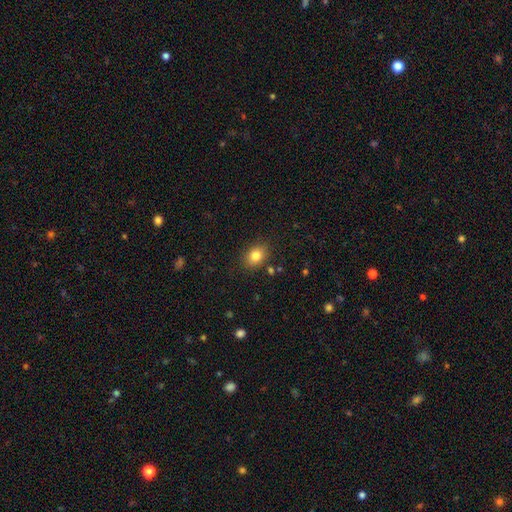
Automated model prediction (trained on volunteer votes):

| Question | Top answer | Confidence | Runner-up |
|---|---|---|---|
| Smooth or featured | smooth | 82% | star or artifact (11%) |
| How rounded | in between | 59% | round (40%) |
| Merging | none | 85% | minor disturbance (10%) |